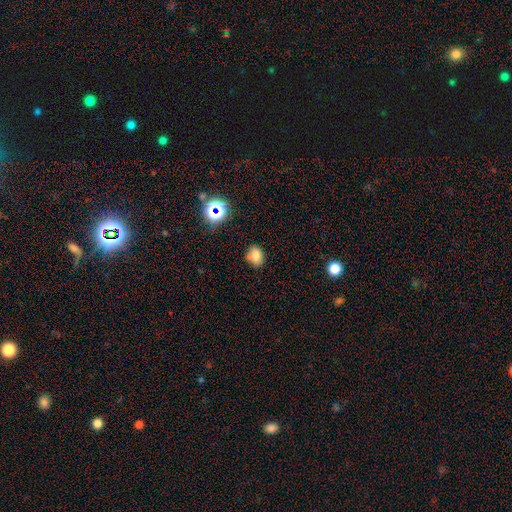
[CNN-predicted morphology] Smooth or featured: smooth — 77% (star or artifact — 15%)
How rounded: in between — 52% (round — 47%)
Merging: none — 77% (minor disturbance — 17%)